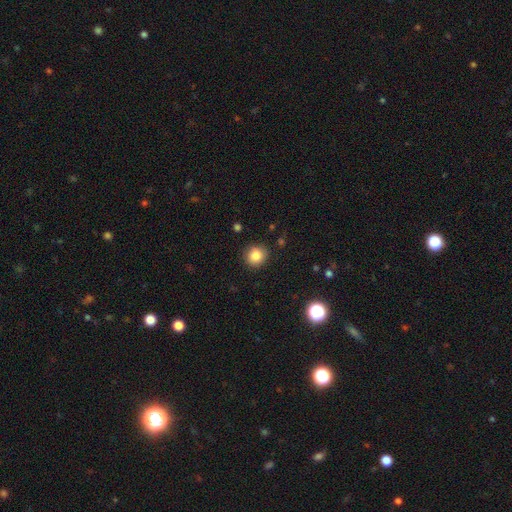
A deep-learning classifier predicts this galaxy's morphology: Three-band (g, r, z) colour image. It shows a smooth galaxy with no disk features (84%) that is round (87%). Merging: none (89%).